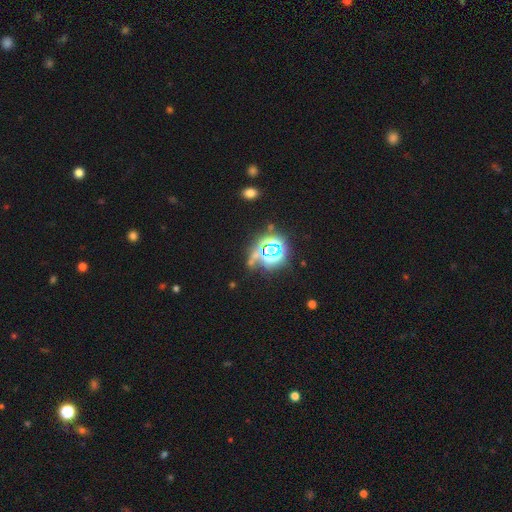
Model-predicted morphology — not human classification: Q: Smooth or featured?
A: star or artifact (67%); runner-up: smooth (22%)